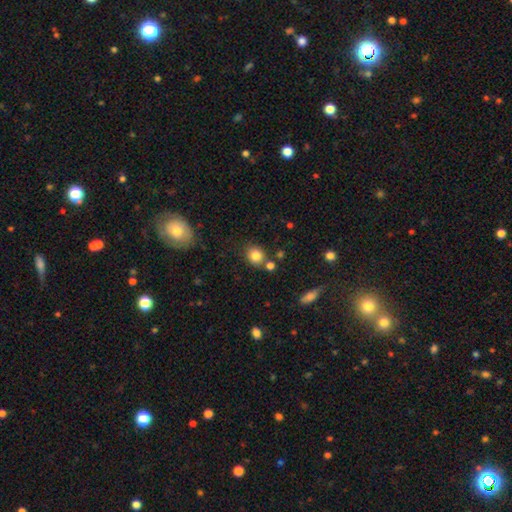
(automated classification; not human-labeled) This is clearly a smooth galaxy (83%). How rounded: likely round (73%). Merging: likely none (73%).